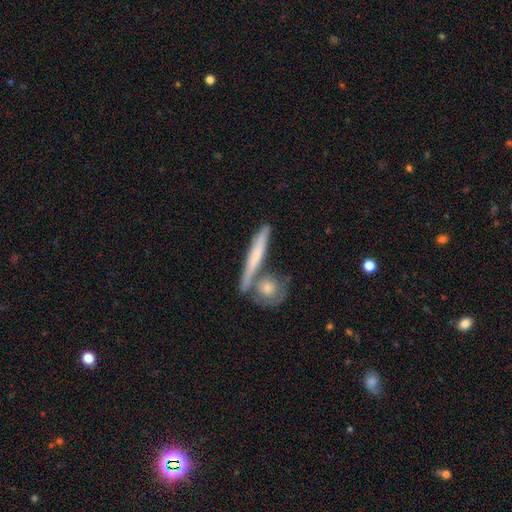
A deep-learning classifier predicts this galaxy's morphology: This appears to be a smooth galaxy with no disk features (54%) that is cigar-shaped (88%). Merging: none (64%).